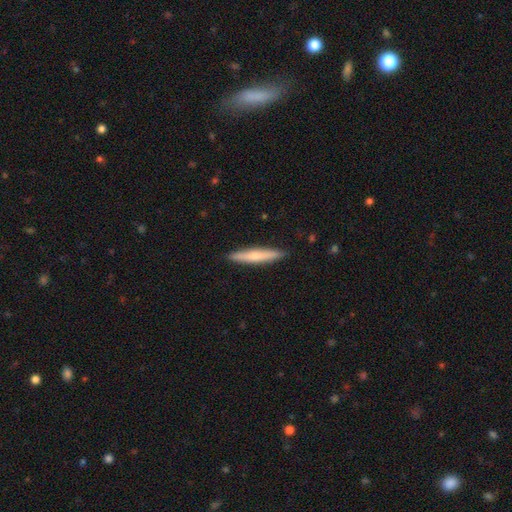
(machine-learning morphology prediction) Smooth or featured? smooth (59%)
How rounded? cigar-shaped (93%)
Merging? none (90%)